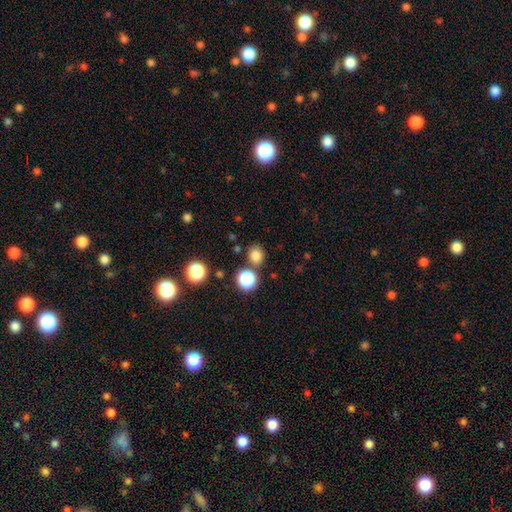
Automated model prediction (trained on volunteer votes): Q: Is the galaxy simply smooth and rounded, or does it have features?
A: smooth — 79%.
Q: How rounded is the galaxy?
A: round — 78%.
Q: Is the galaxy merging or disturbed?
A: none — 77%.